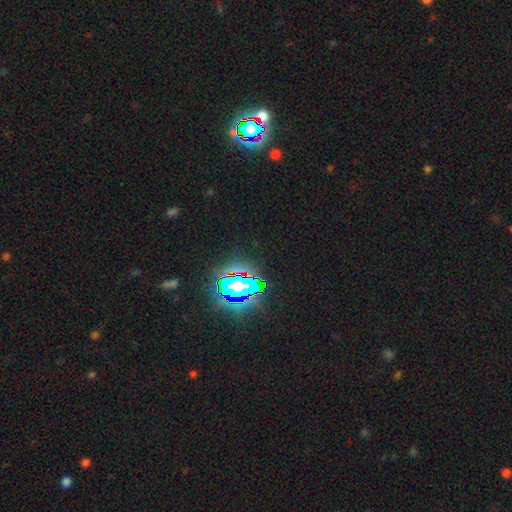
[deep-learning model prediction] smooth-or-featured: star or artifact: 84% | smooth: 9% | featured or disk: 6%